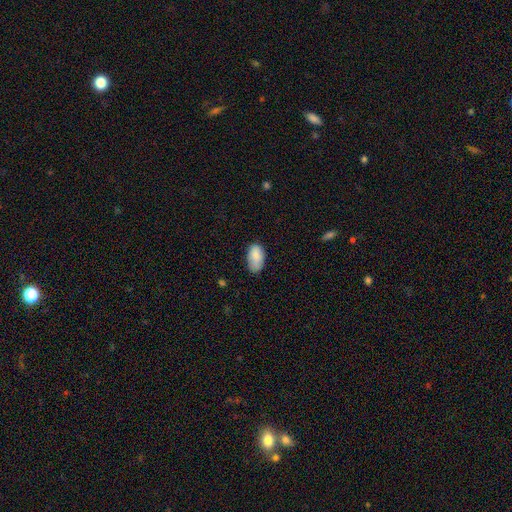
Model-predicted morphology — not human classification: Smooth or featured: smooth — 85% (featured or disk — 8%)
How rounded: in between — 94% (round — 4%)
Merging: none — 65% (minor disturbance — 28%)